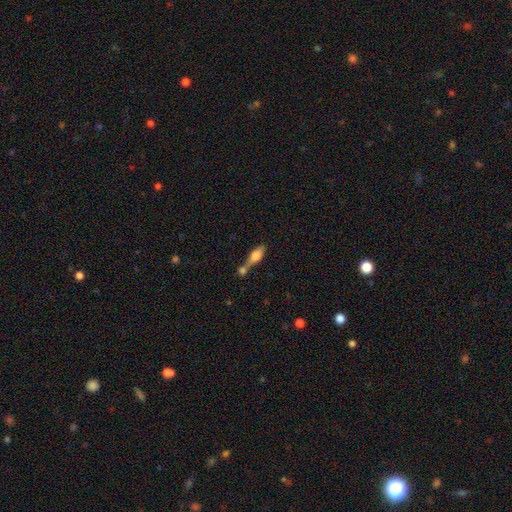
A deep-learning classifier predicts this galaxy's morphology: Smooth or featured? smooth (69%)
How rounded? in between (66%)
Merging? merger (55%)